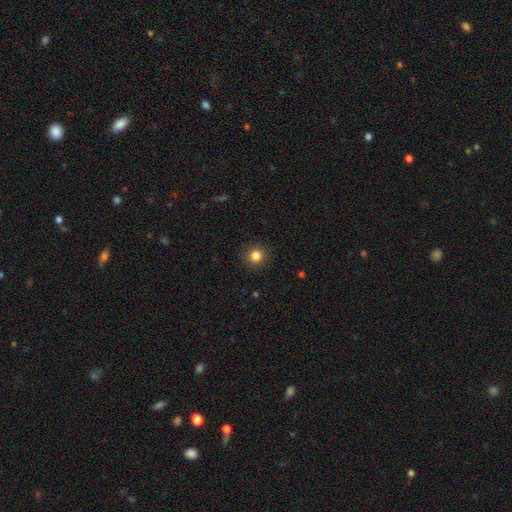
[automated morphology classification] smooth_or_featured: smooth (p=0.84) [alt: star or artifact p=0.11]
how_rounded: round (p=0.91) [alt: in between p=0.08]
merging: none (p=0.90) [alt: minor disturbance p=0.06]